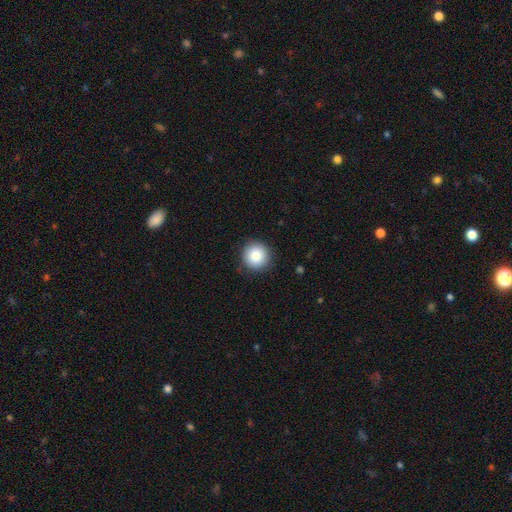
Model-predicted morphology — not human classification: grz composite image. It shows a smooth galaxy with no disk features (84%) that is round (95%). Merging: none (90%).